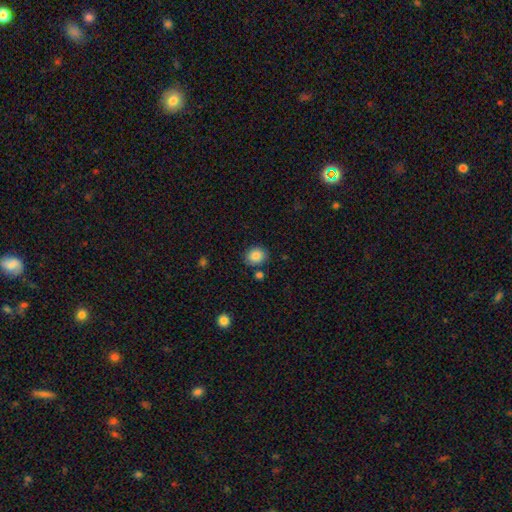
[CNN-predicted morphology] smooth_or_featured: smooth (p=0.86) [alt: star or artifact p=0.09]
how_rounded: round (p=0.70) [alt: in between p=0.30]
merging: none (p=0.80) [alt: minor disturbance p=0.11]